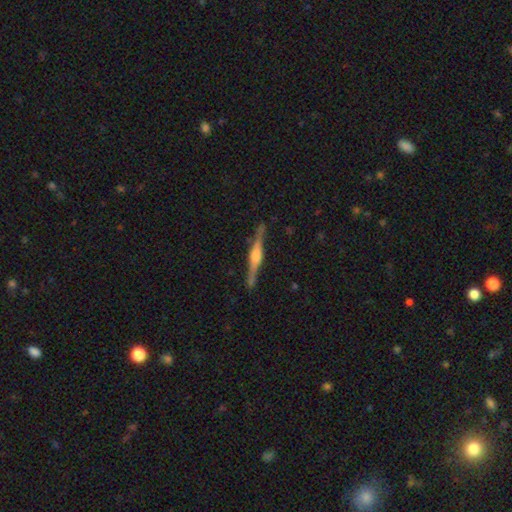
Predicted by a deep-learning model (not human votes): A featured or disk galaxy (83%) viewed edge-on (98%) with a rounded central bulge (80%). Merging: none (89%).